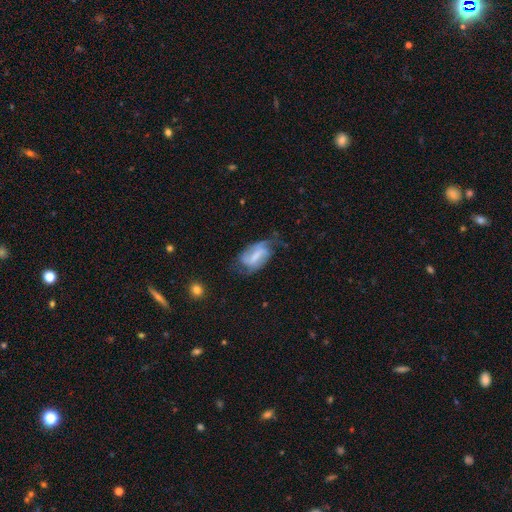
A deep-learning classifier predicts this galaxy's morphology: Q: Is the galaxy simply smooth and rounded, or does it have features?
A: featured or disk — 64%.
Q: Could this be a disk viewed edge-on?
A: no — 95%.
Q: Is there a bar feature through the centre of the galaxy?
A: weak — 43%.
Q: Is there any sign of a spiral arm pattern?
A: yes — 84%.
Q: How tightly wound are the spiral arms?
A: medium — 41%.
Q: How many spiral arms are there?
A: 2 — 68%.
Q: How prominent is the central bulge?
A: small — 35%.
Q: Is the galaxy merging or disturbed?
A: none — 42%.